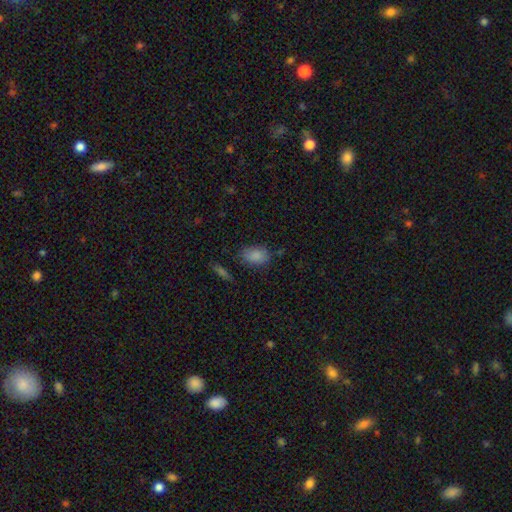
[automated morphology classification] Q: Smooth or featured?
A: smooth (85%); runner-up: star or artifact (9%)
Q: How rounded?
A: in between (82%); runner-up: round (16%)
Q: Merging?
A: none (74%); runner-up: minor disturbance (18%)